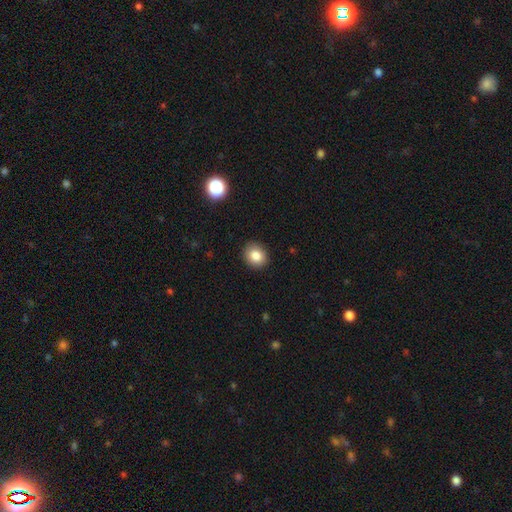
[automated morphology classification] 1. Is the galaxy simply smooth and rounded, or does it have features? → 84% smooth, 10% star or artifact, 6% featured or disk.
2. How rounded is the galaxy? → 68% round, 31% in between, 1% cigar-shaped.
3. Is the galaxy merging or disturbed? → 90% none, 7% minor disturbance, 2% major disturbance, 1% merger.